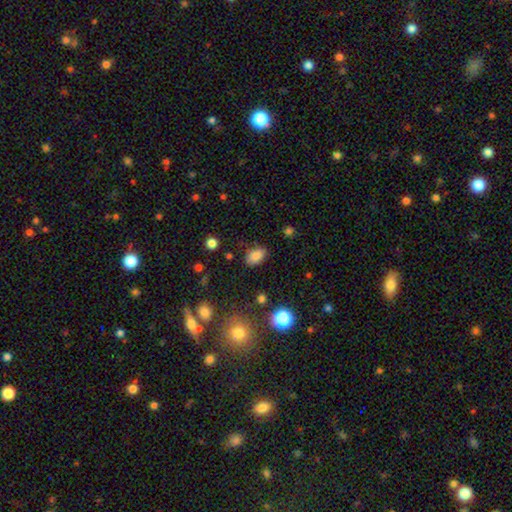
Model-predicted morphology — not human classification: type=smooth (82%); roundness=in between (87%); merging=none (77%).